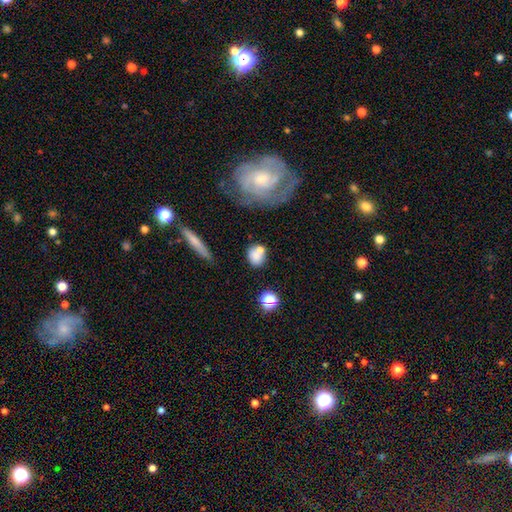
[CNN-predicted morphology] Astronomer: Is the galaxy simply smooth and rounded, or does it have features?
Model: smooth — 75%.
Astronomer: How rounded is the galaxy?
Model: round — 59% (runner-up: in between, 38%).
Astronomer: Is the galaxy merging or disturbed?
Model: none — 53%.